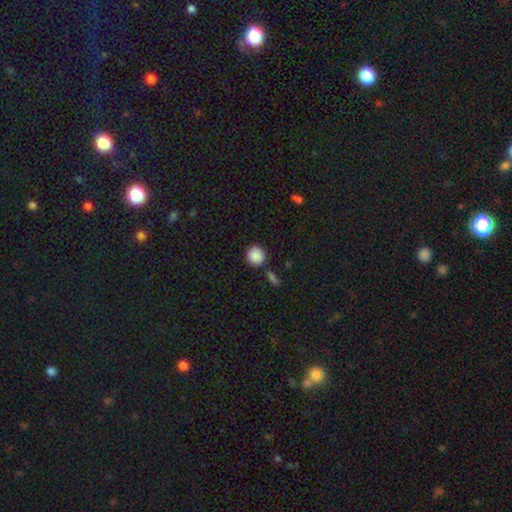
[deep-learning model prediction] A smooth galaxy with no disk features (88%) that is round (89%). Merging: none (79%).